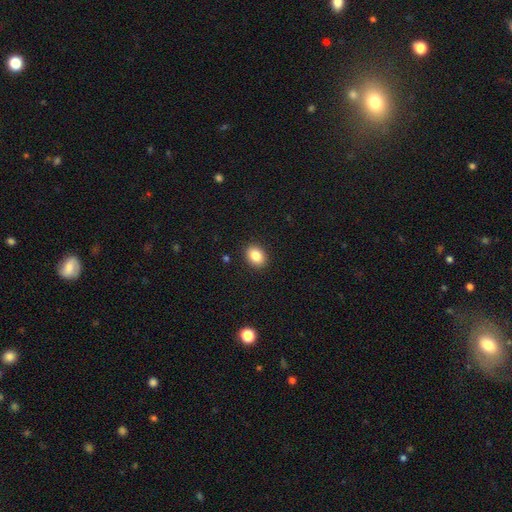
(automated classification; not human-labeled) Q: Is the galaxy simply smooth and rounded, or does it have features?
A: smooth — 86%.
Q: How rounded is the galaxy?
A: in between — 62%.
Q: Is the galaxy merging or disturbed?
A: none — 90%.